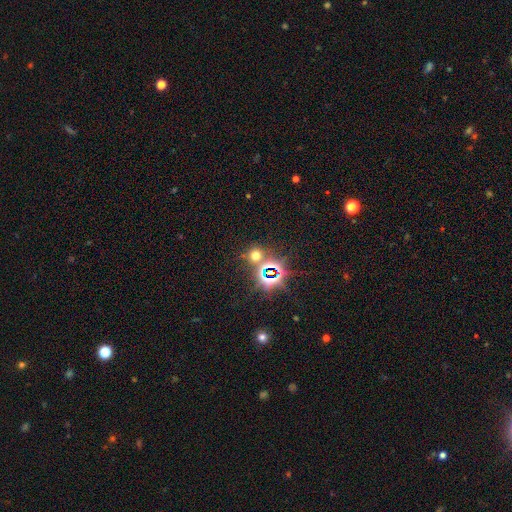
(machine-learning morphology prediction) This appears to be a star or artifact, not a galaxy (49%).